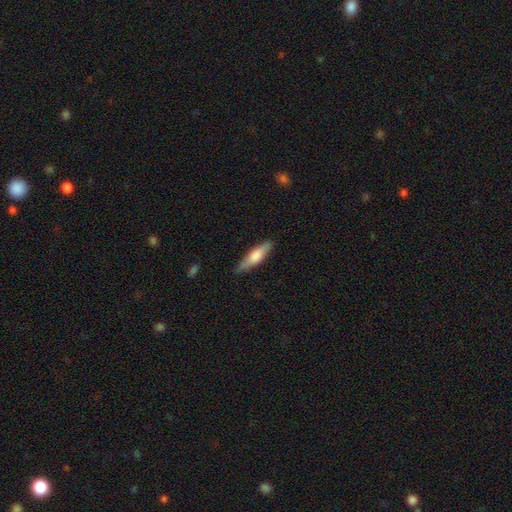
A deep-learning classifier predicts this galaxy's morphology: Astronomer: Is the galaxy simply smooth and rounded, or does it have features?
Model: smooth — 58% (runner-up: featured or disk, 36%).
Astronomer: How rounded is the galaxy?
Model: cigar-shaped — 65%.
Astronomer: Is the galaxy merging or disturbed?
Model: none — 83%.